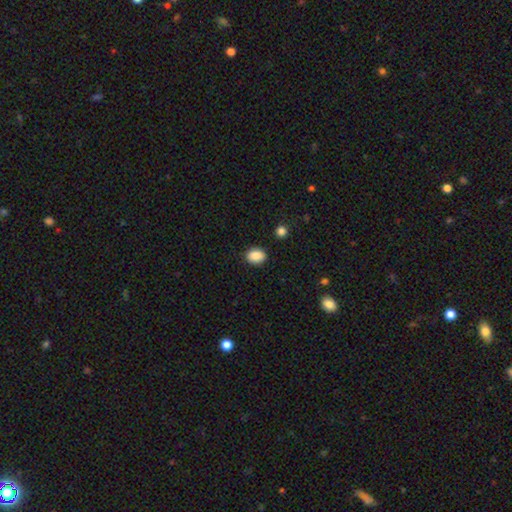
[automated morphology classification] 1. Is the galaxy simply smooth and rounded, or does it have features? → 88% smooth, 8% star or artifact, 4% featured or disk.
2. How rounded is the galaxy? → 63% in between, 36% round, 1% cigar-shaped.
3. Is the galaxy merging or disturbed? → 87% none, 9% minor disturbance, 2% major disturbance, 2% merger.